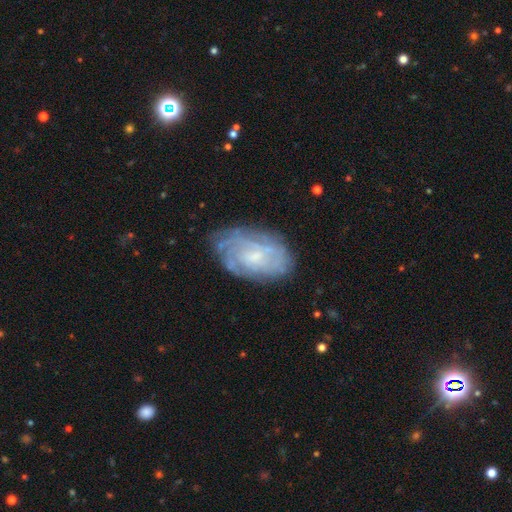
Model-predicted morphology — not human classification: This appears to be a featured or disk galaxy (69%) with no bar (60%), tight (66%) spiral arms (82%) and a small central bulge (59%). Merging: none (72%).